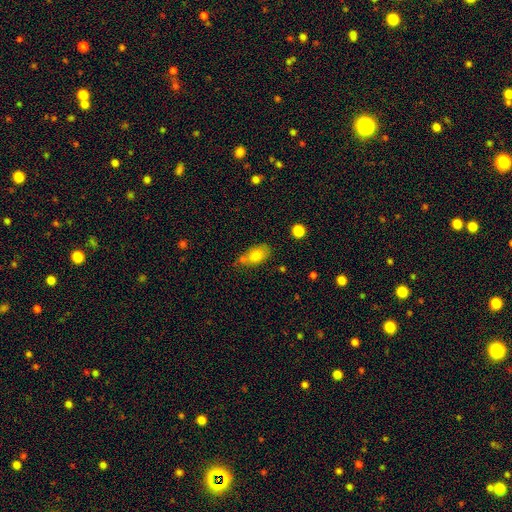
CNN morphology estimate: A smooth galaxy with no disk features (79%) that is in between round and cigar-shaped (87%).

Vote fractions:
- Smooth or featured? smooth: 79% / featured or disk: 13% / star or artifact: 8%
- How rounded? in between: 87% / round: 11% / cigar-shaped: 3%
- Merging? none: 49% / minor disturbance: 22% / merger: 22% / major disturbance: 7%